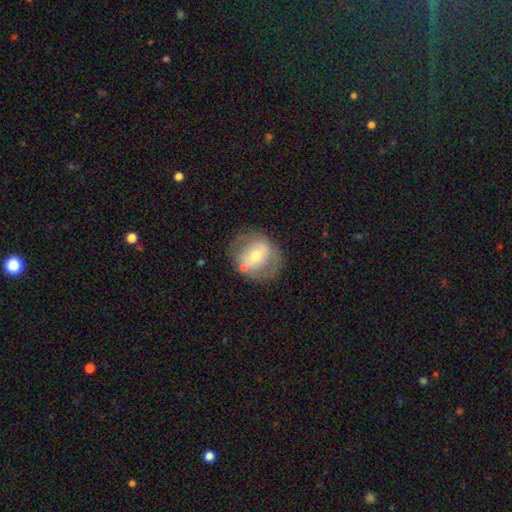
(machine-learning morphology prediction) A featured or disk galaxy (50%). Merging: none (68%).